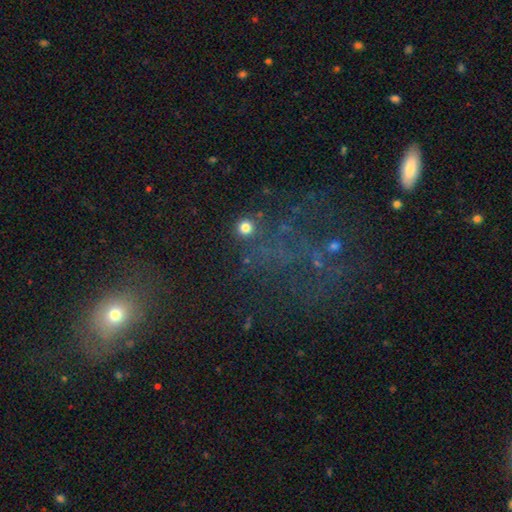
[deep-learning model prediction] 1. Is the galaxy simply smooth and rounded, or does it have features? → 38% star or artifact, 32% smooth, 31% featured or disk.